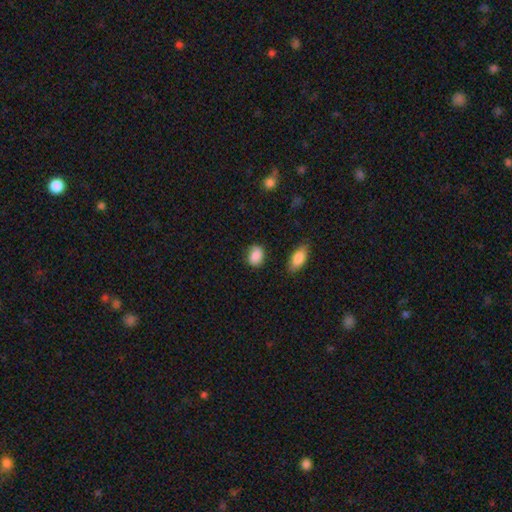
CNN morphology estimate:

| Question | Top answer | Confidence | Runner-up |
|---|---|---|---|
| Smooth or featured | smooth | 85% | star or artifact (8%) |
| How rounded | in between | 57% | round (41%) |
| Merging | none | 70% | minor disturbance (22%) |